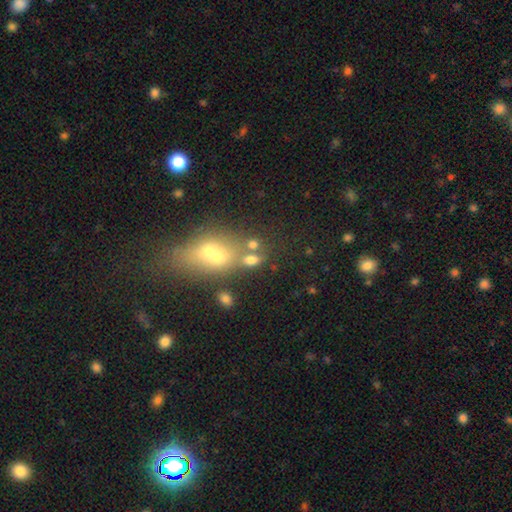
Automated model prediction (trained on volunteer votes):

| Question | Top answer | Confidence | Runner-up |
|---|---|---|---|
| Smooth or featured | smooth | 67% | star or artifact (18%) |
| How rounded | in between | 64% | round (33%) |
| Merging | none | 48% | merger (36%) |